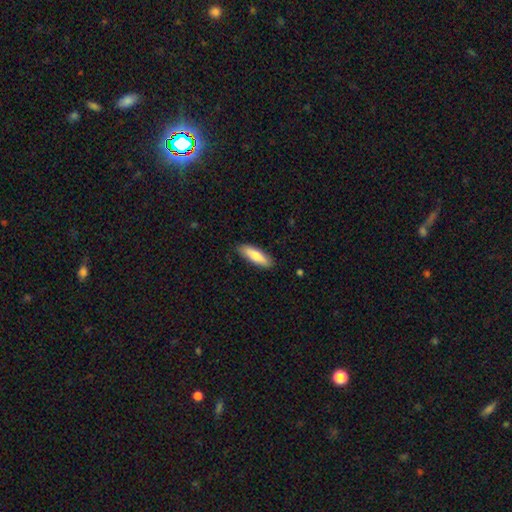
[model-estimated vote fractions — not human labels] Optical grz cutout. It shows a smooth galaxy with no disk features (77%) that is cigar-shaped (56%). Merging: none (87%).